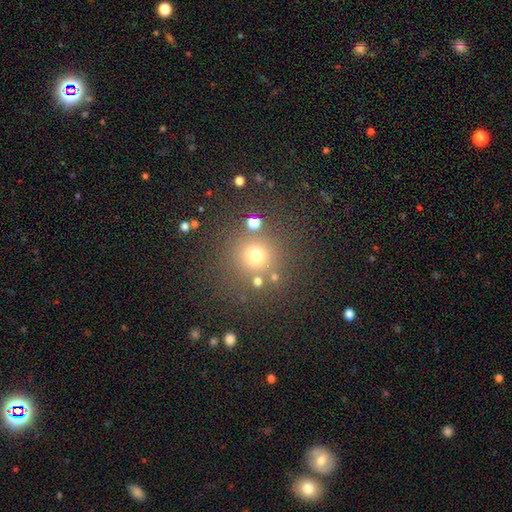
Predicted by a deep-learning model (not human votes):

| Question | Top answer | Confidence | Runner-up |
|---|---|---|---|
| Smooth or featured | smooth | 70% | star or artifact (23%) |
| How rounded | round | 93% | in between (6%) |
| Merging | none | 80% | minor disturbance (9%) |